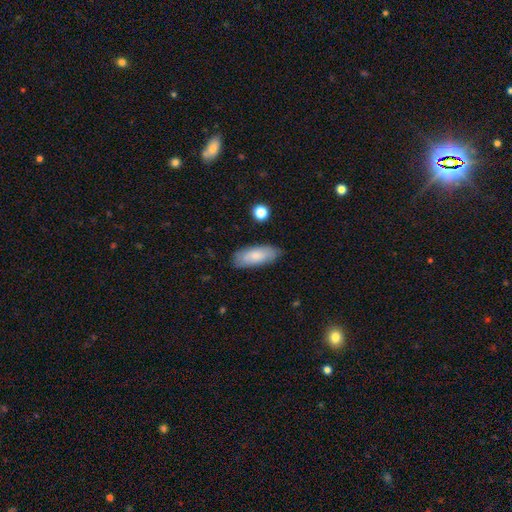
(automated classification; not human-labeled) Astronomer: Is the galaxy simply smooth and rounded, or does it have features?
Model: smooth — 80%.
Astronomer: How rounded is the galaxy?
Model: in between — 78%.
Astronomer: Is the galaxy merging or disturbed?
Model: none — 83%.